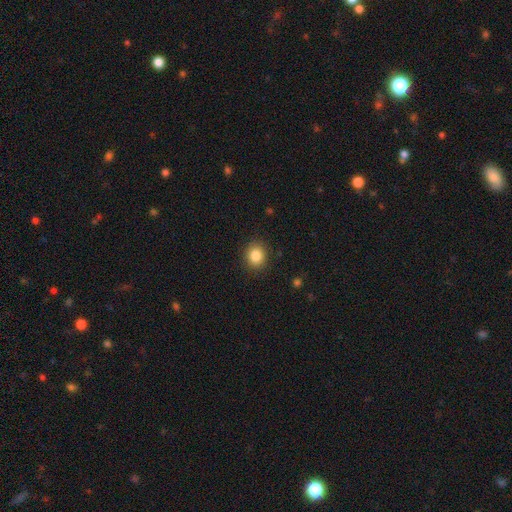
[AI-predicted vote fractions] smooth_or_featured: smooth (p=0.86) [alt: star or artifact p=0.10]
how_rounded: round (p=0.71) [alt: in between p=0.28]
merging: none (p=0.89) [alt: minor disturbance p=0.08]